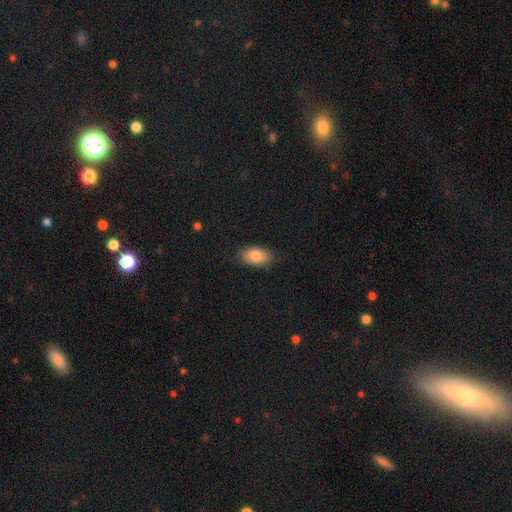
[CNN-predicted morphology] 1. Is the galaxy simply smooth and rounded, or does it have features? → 84% smooth, 8% featured or disk, 7% star or artifact.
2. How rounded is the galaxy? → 92% in between, 5% round, 2% cigar-shaped.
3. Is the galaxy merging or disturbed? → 83% none, 13% minor disturbance, 3% major disturbance, 1% merger.